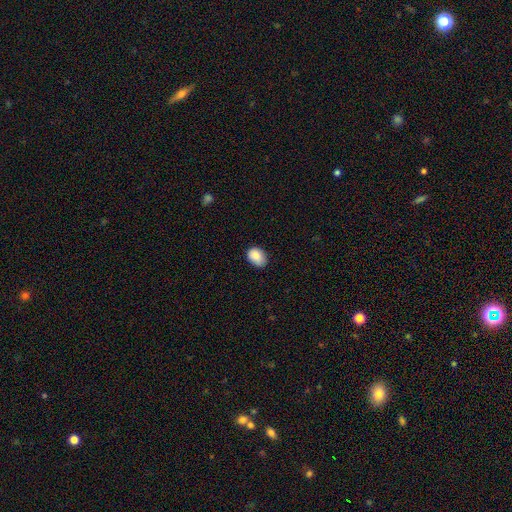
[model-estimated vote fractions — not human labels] Morphology: type=smooth (87%); roundness=in between (73%); merging=none (73%).